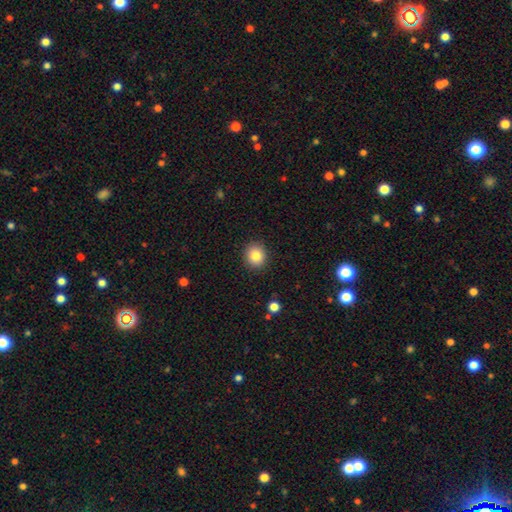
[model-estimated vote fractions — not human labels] Smooth or featured: smooth — 83% (star or artifact — 10%)
How rounded: round — 81% (in between — 18%)
Merging: none — 91% (minor disturbance — 6%)